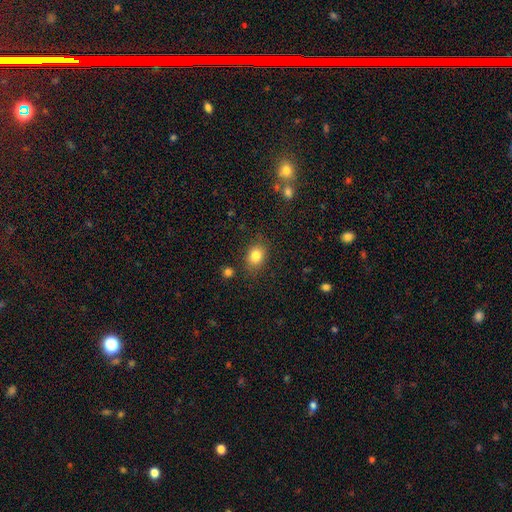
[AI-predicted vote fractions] A smooth galaxy with no disk features (83%) that is in between round and cigar-shaped (62%).

Vote fractions:
- Smooth or featured? smooth: 83% / star or artifact: 10% / featured or disk: 7%
- How rounded? in between: 62% / round: 37% / cigar-shaped: 1%
- Merging? none: 81% / minor disturbance: 12% / major disturbance: 4% / merger: 3%